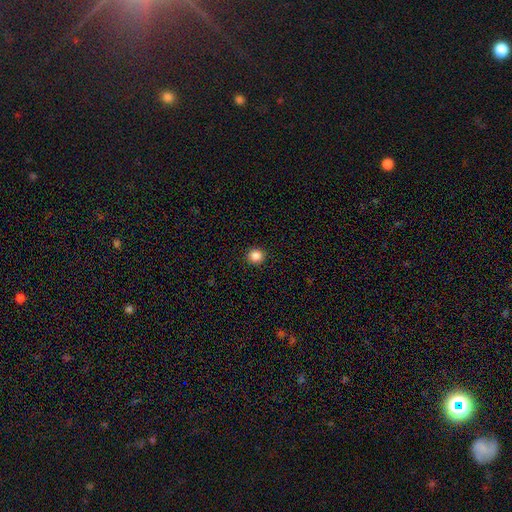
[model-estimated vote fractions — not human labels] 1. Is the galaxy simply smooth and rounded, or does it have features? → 86% smooth, 11% star or artifact, 3% featured or disk.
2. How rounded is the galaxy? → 90% round, 9% in between, 1% cigar-shaped.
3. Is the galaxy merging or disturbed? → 92% none, 5% minor disturbance, 2% major disturbance, 1% merger.